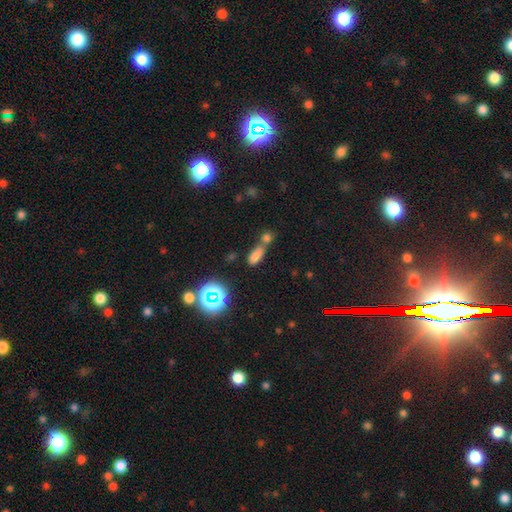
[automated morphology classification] Smooth or featured? Predicted: smooth (p=0.70). How rounded? Predicted: in between (p=0.73). Merging? Predicted: merger (p=0.43).